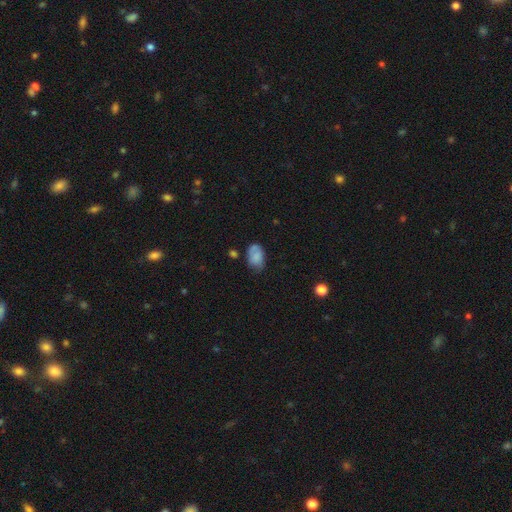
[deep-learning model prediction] A smooth galaxy with no disk features (75%) that is in between round and cigar-shaped (88%). Merging: none (55%).